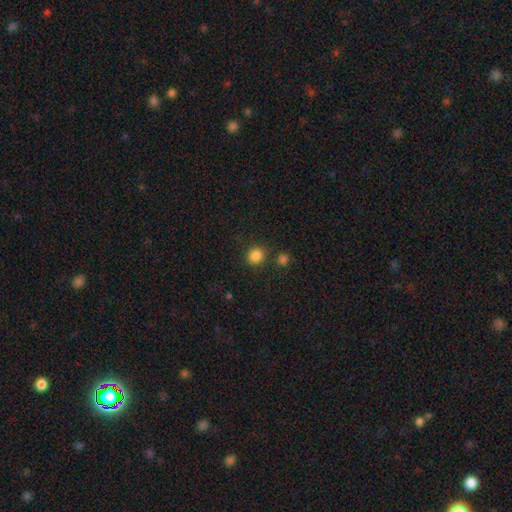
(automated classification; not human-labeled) smooth_or_featured: smooth (p=0.85) [alt: star or artifact p=0.12]
how_rounded: round (p=0.81) [alt: in between p=0.18]
merging: none (p=0.84) [alt: minor disturbance p=0.08]